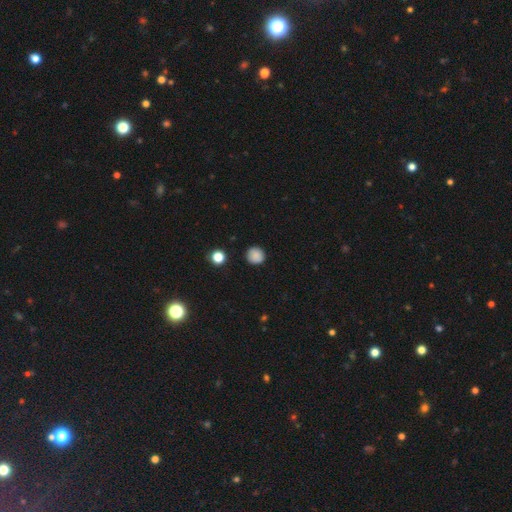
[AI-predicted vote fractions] Morphology: type=smooth (86%); roundness=round (93%); merging=none (89%).